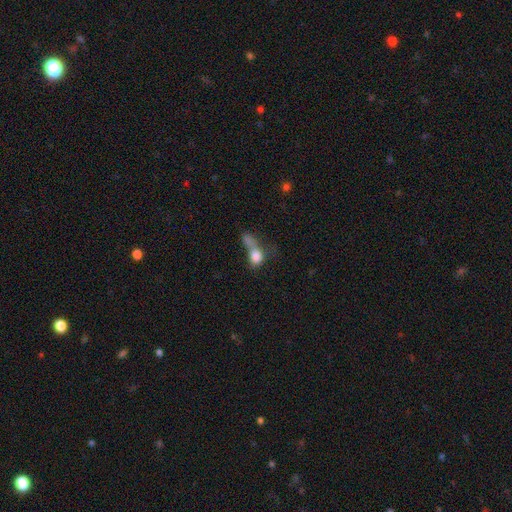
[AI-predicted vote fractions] Smooth or featured? Predicted: smooth (p=0.75). How rounded? Predicted: in between (p=0.55). Merging? Predicted: merger (p=0.54).